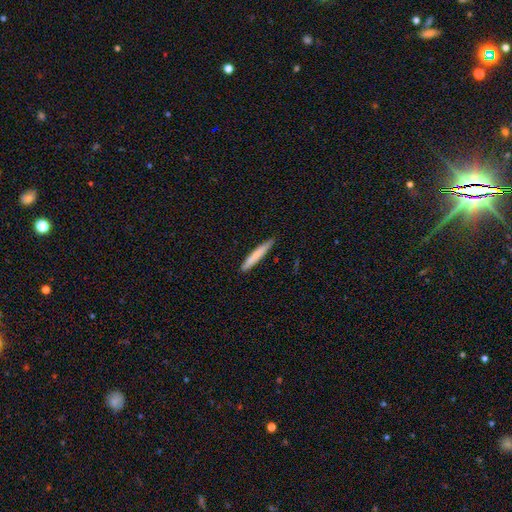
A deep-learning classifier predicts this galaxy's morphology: Smooth or featured: smooth — 75% (featured or disk — 19%)
How rounded: cigar-shaped — 95% (in between — 4%)
Merging: none — 87% (minor disturbance — 10%)